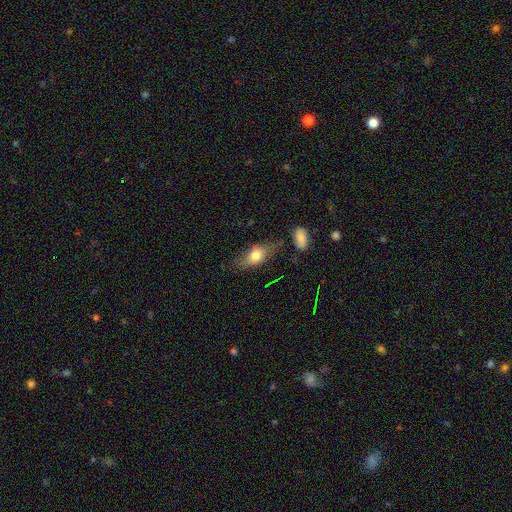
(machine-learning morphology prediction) A smooth galaxy with no disk features (66%) that is in between round and cigar-shaped (78%). Merging: none (64%).